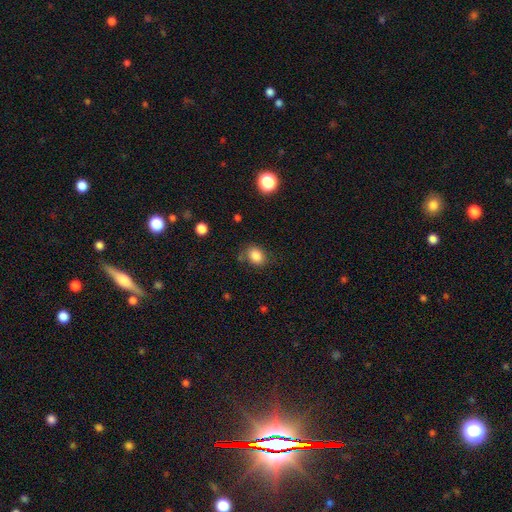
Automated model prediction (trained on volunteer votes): This is clearly a smooth galaxy (84%). How rounded: possibly in between (53%). Merging: likely none (75%).